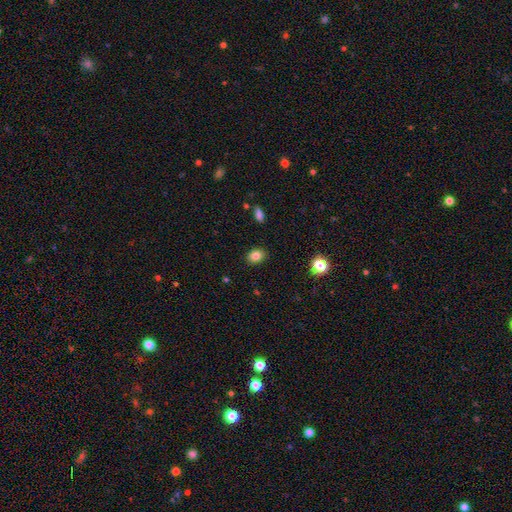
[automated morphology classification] A smooth galaxy with no disk features (83%) that is in between round and cigar-shaped (59%). Merging: none (89%).